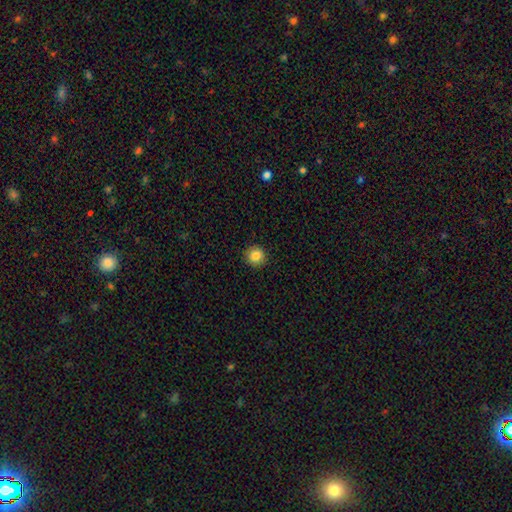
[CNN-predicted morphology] This appears to be a smooth galaxy with no disk features (85%) that is round (91%). Merging: none (91%).